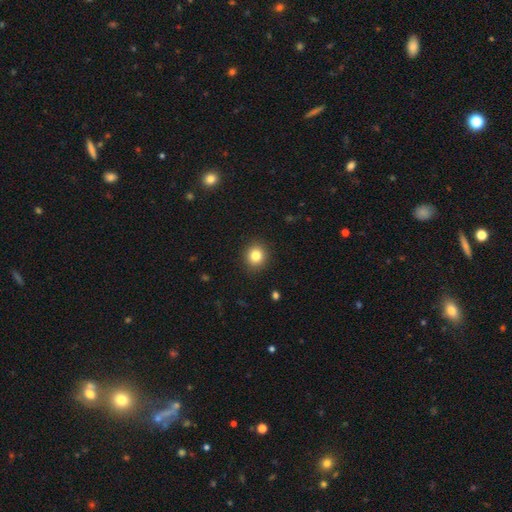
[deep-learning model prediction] A smooth galaxy with no disk features (82%) that is round (86%).

Vote fractions:
- Smooth or featured? smooth: 82% / star or artifact: 11% / featured or disk: 7%
- How rounded? round: 86% / in between: 13% / cigar-shaped: 1%
- Merging? none: 91% / minor disturbance: 6% / major disturbance: 2% / merger: 1%